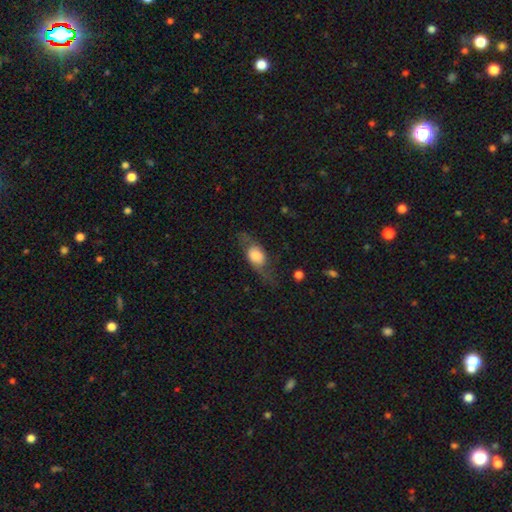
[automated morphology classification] Q: Smooth or featured?
A: smooth (51%); runner-up: featured or disk (41%)
Q: How rounded?
A: in between (67%); runner-up: round (24%)
Q: Merging?
A: none (55%); runner-up: minor disturbance (23%)